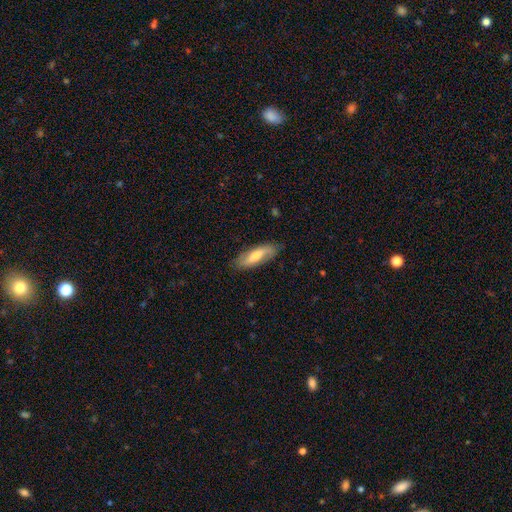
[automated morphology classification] The model was most divided on "how rounded": in between: 56%, cigar-shaped: 42%, round: 2%. More confident: merging — none (80%); smooth or featured — smooth (55%).